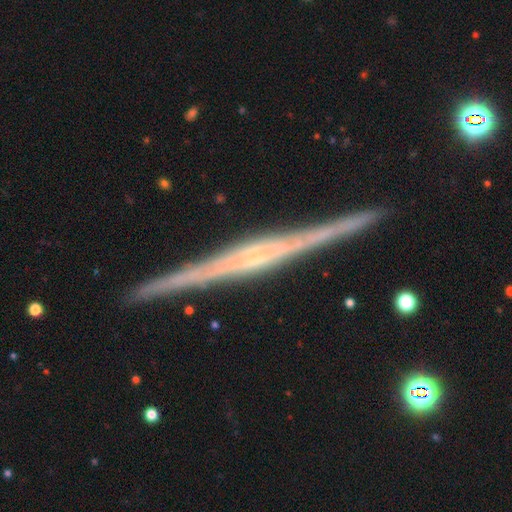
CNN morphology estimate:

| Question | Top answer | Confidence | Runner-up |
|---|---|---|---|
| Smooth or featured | featured or disk | 89% | smooth (6%) |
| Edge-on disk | yes | 99% | no (1%) |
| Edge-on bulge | rounded | 43% | boxy (34%) |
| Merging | none | 92% | minor disturbance (6%) |